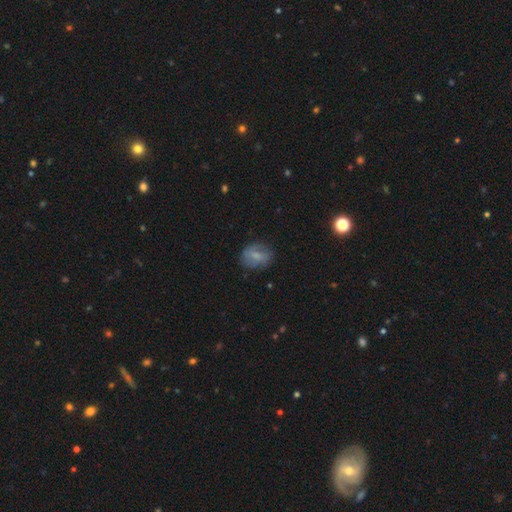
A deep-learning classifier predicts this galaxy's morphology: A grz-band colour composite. It shows a smooth galaxy with no disk features (67%) that is in between round and cigar-shaped (51%). Merging: none (75%).